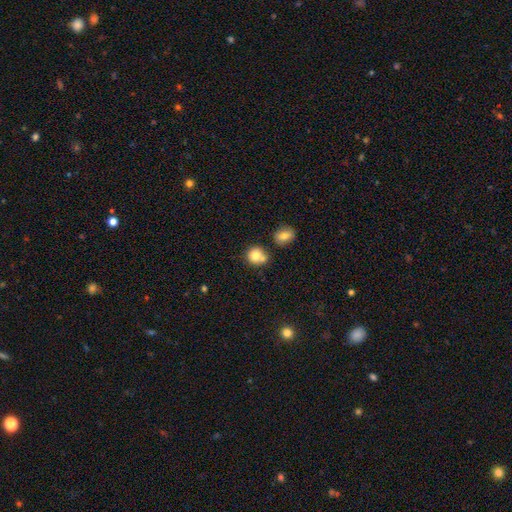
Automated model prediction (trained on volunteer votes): Q: Smooth or featured?
A: smooth (79%); runner-up: featured or disk (11%)
Q: How rounded?
A: round (83%); runner-up: in between (16%)
Q: Merging?
A: none (53%); runner-up: merger (30%)